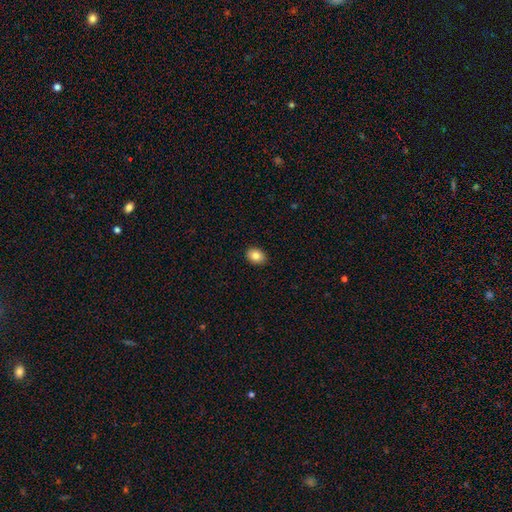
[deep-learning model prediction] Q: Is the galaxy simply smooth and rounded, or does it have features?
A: smooth — 83%.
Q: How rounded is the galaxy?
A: in between — 63%.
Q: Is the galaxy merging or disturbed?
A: none — 90%.